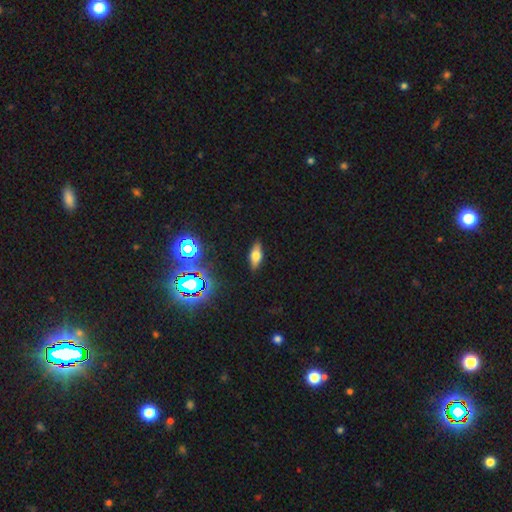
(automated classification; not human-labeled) Overall: smooth (60%; featured or disk 26%). How rounded: in between (75%). Merging: none (86%).